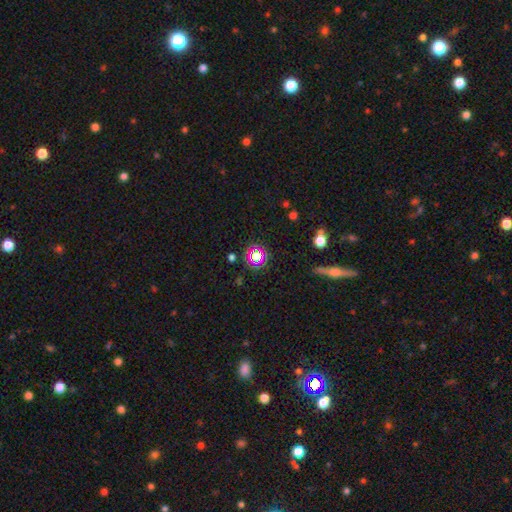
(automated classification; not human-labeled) Overall: star or artifact (63%; smooth 26%).